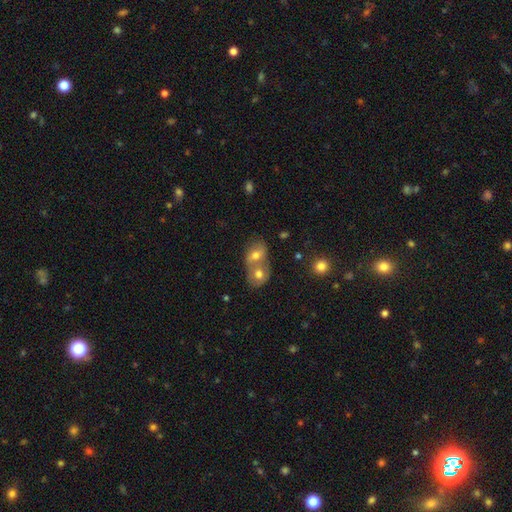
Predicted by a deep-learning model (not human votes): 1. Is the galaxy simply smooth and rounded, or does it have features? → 62% smooth, 26% featured or disk, 12% star or artifact.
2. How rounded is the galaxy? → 58% in between, 40% round, 2% cigar-shaped.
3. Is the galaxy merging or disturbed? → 69% merger, 22% none, 6% minor disturbance, 3% major disturbance.